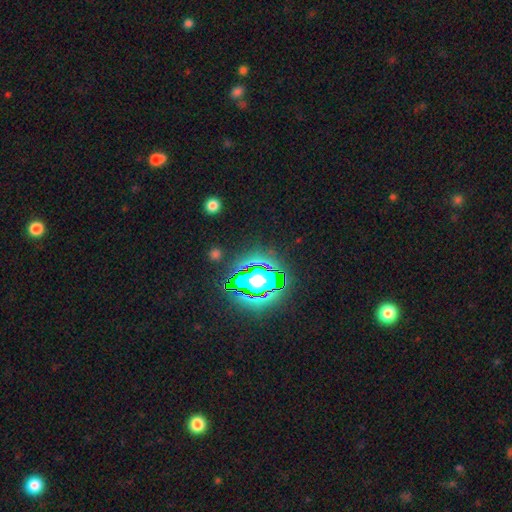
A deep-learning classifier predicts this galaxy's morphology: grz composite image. It shows a star or artifact, not a galaxy (78%).